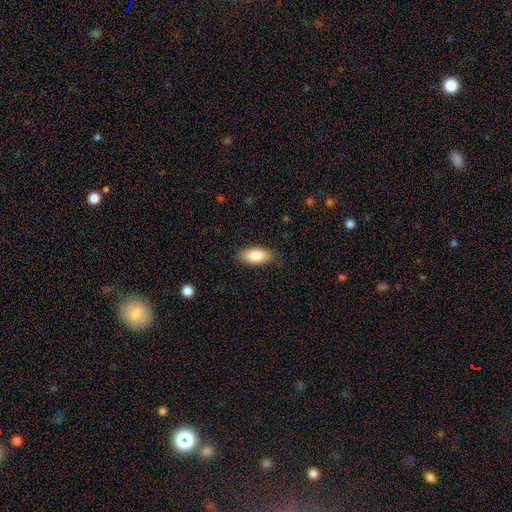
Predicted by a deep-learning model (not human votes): Morphology: type=smooth (85%); roundness=in between (88%); merging=none (84%).